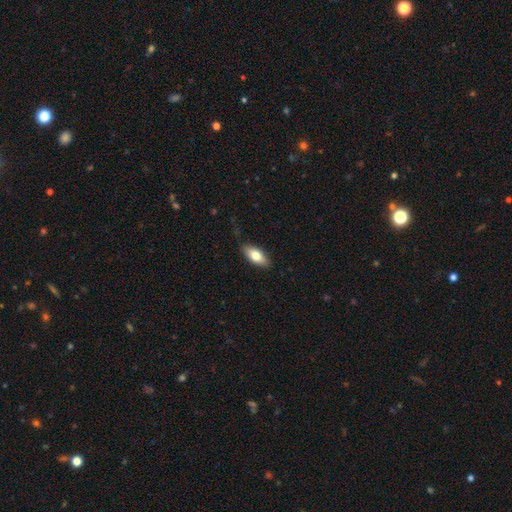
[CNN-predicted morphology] Smooth or featured? smooth (76%)
How rounded? in between (85%)
Merging? none (86%)